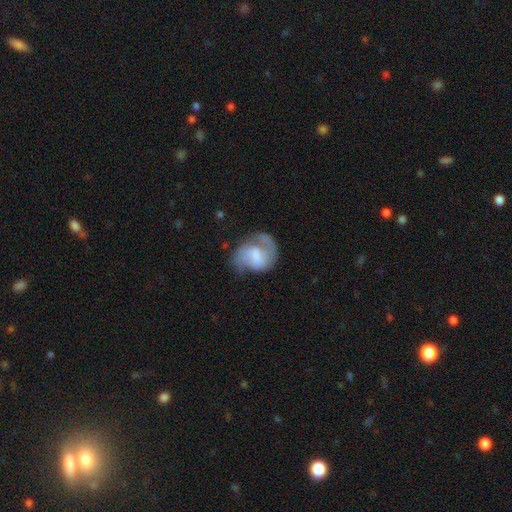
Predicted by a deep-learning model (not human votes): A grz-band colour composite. It shows a featured or disk galaxy (63%) with a weak bar (54%), 2 (65%) medium (46%) spiral arms (82%) and a moderate central bulge (31%). Merging: none (46%).